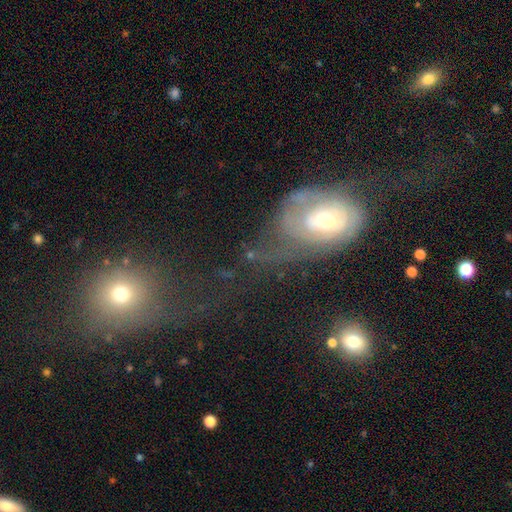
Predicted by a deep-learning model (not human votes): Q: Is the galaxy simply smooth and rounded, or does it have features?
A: featured or disk — 55%.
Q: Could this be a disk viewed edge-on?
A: no — 91%.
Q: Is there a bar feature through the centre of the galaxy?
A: no — 69%.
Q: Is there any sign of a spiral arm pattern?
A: yes — 52%.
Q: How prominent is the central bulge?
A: moderate — 58%.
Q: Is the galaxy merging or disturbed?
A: major disturbance — 41%.